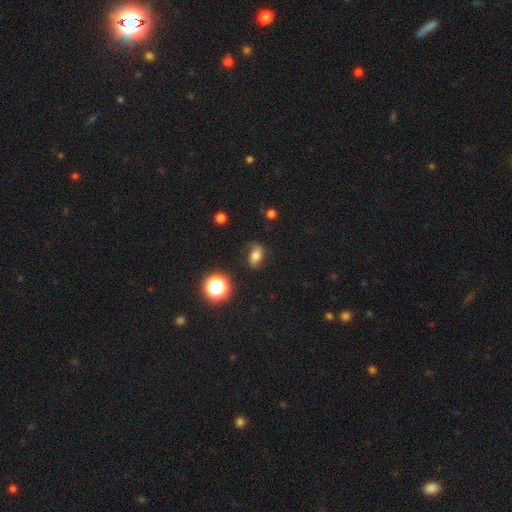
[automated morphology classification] Smooth or featured? Predicted: smooth (p=0.52). How rounded? Predicted: in between (p=0.76). Merging? Predicted: none (p=0.66).